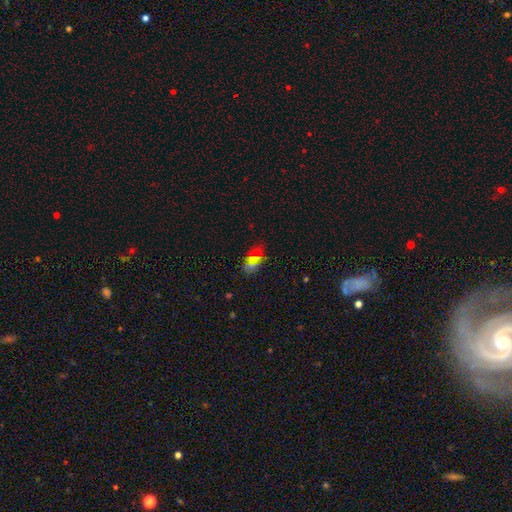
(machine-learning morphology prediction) smooth-or-featured: smooth: 60% | star or artifact: 31% | featured or disk: 9%
  how-rounded: in between: 85% | round: 9% | cigar-shaped: 6%
  merging: none: 79% | minor disturbance: 14% | major disturbance: 5% | merger: 3%